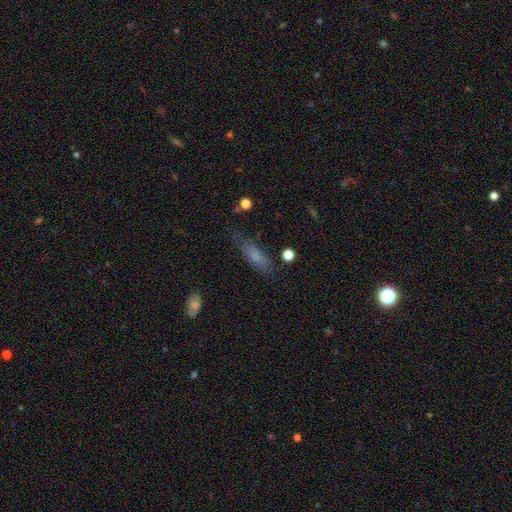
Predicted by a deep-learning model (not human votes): smooth 72%, featured or disk 18%, star or artifact 10%. Down the decision tree: how rounded — in between (49%); merging — none (66%).